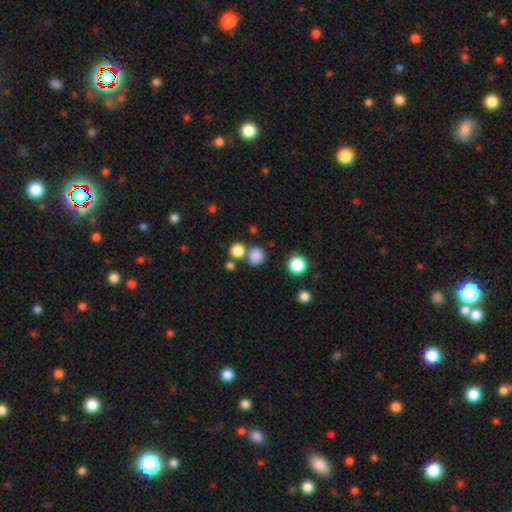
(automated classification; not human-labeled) Smooth or featured: smooth — 82% (star or artifact — 13%)
How rounded: round — 89% (in between — 10%)
Merging: none — 72% (merger — 16%)